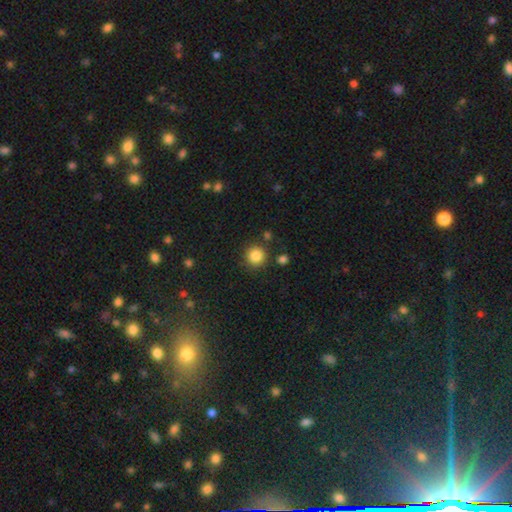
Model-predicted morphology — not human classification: A smooth galaxy with no disk features (85%) that is round (94%).

Vote fractions:
- Smooth or featured? smooth: 85% / star or artifact: 11% / featured or disk: 4%
- How rounded? round: 94% / in between: 5% / cigar-shaped: 1%
- Merging? none: 87% / minor disturbance: 7% / merger: 4% / major disturbance: 3%